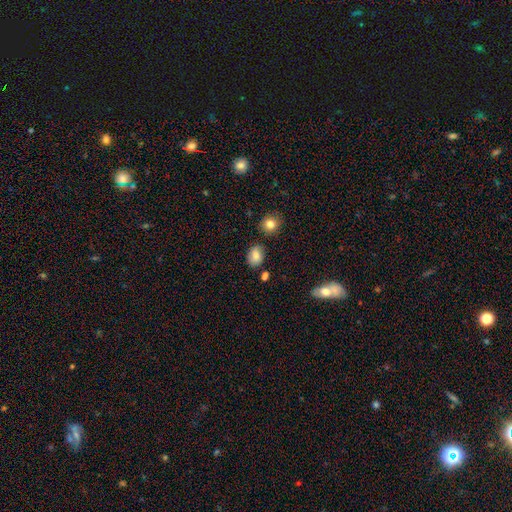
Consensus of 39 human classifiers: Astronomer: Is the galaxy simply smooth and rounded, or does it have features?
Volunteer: smooth — 74%.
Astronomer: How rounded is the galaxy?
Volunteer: in between — 66%.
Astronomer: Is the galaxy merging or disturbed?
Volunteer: none — 64%.